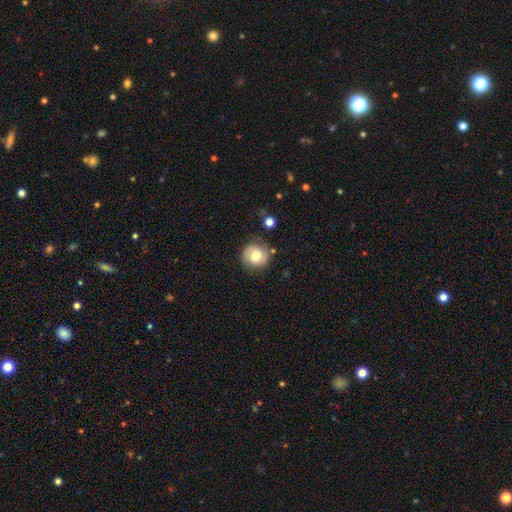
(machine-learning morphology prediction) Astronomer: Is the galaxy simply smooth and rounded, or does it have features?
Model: smooth — 69%.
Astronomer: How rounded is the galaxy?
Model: round — 88%.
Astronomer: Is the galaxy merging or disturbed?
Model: none — 79%.